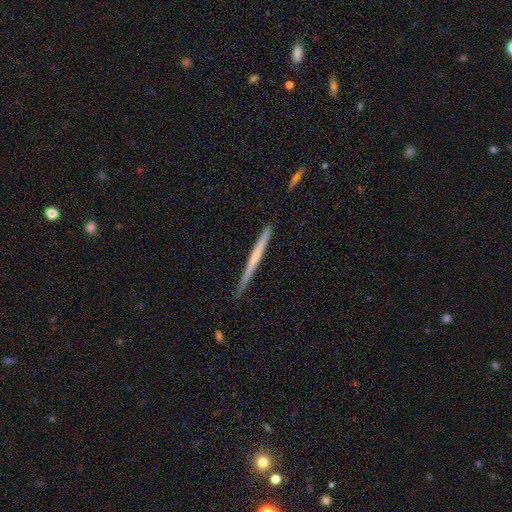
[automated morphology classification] Q: Smooth or featured?
A: featured or disk (52%); runner-up: smooth (43%)
Q: Edge-on disk?
A: yes (98%); runner-up: no (2%)
Q: Edge-on bulge?
A: none (73%); runner-up: rounded (22%)
Q: Merging?
A: none (86%); runner-up: minor disturbance (11%)